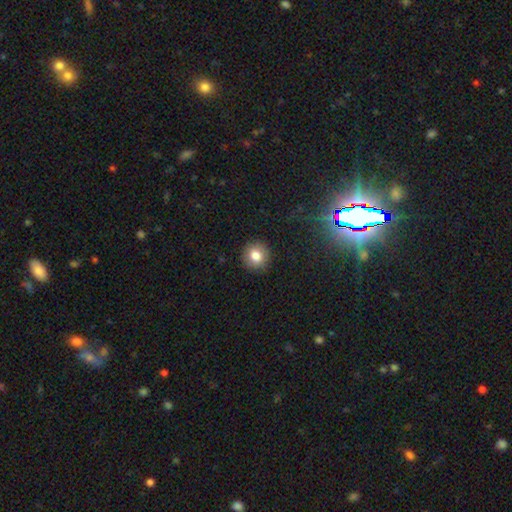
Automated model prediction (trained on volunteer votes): Morphology: type=smooth (81%); roundness=round (92%); merging=none (91%).